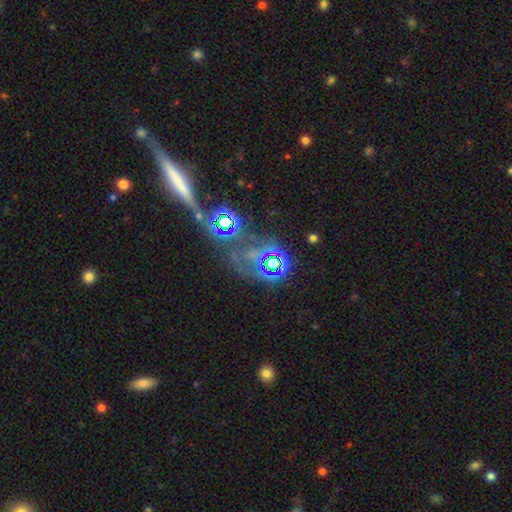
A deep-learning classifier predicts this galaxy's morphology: Smooth or featured: star or artifact — 41% (featured or disk — 37%)